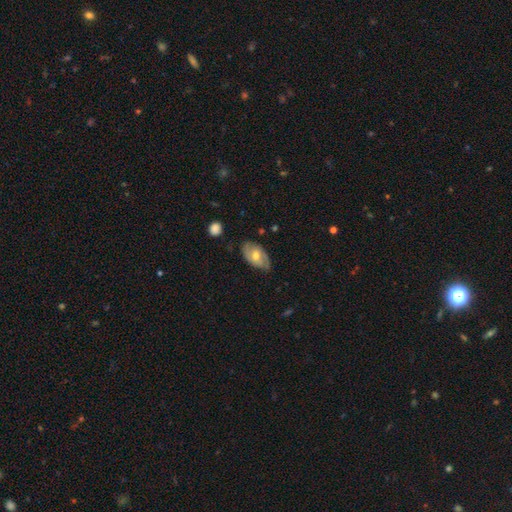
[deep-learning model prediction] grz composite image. It shows a featured or disk galaxy (51%). Merging: none (68%).